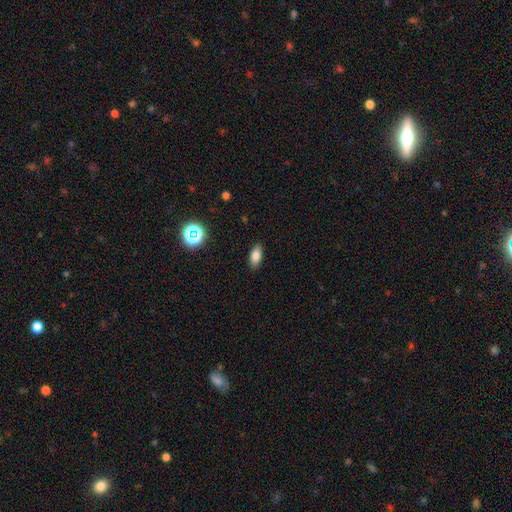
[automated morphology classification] The model was most divided on "smooth or featured": smooth: 79%, star or artifact: 11%, featured or disk: 11%. More confident: merging — none (88%); how rounded — in between (83%).